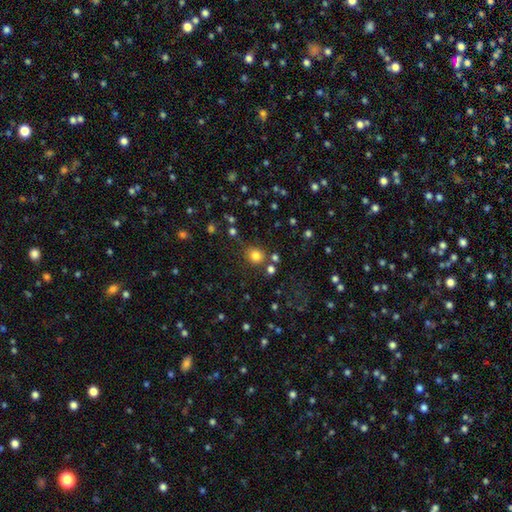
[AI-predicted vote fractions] smooth 80%, star or artifact 15%, featured or disk 6%. Down the decision tree: how rounded — round (87%); merging — none (78%).